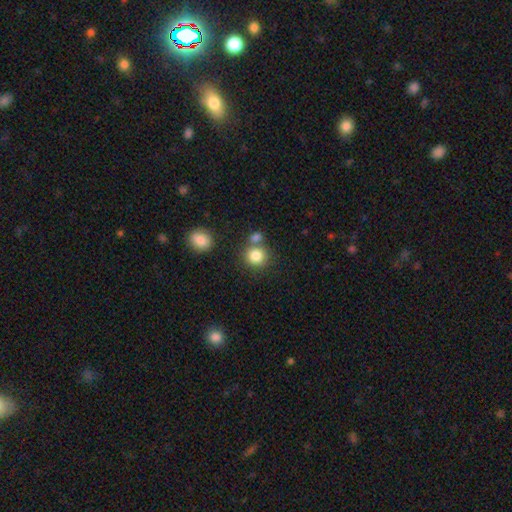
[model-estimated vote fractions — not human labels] Q: Smooth or featured?
A: smooth (84%); runner-up: star or artifact (10%)
Q: How rounded?
A: round (87%); runner-up: in between (12%)
Q: Merging?
A: none (65%); runner-up: merger (22%)